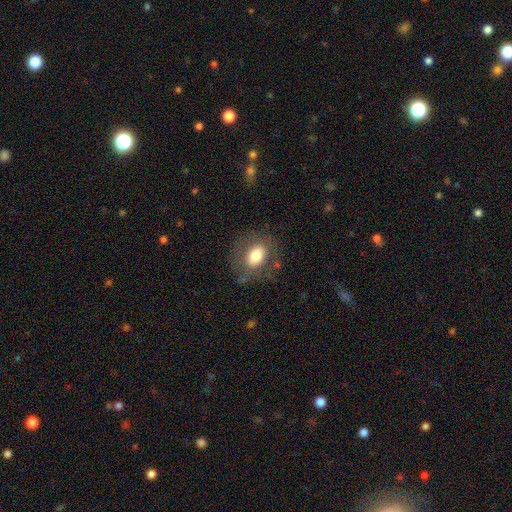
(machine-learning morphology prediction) Q: Smooth or featured?
A: smooth (71%); runner-up: featured or disk (21%)
Q: How rounded?
A: in between (67%); runner-up: round (32%)
Q: Merging?
A: none (73%); runner-up: minor disturbance (17%)